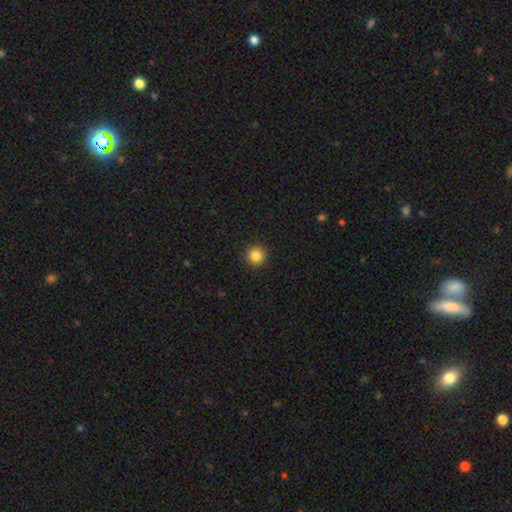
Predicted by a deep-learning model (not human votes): This appears to be a smooth galaxy with no disk features (85%) that is round (96%). Merging: none (93%).